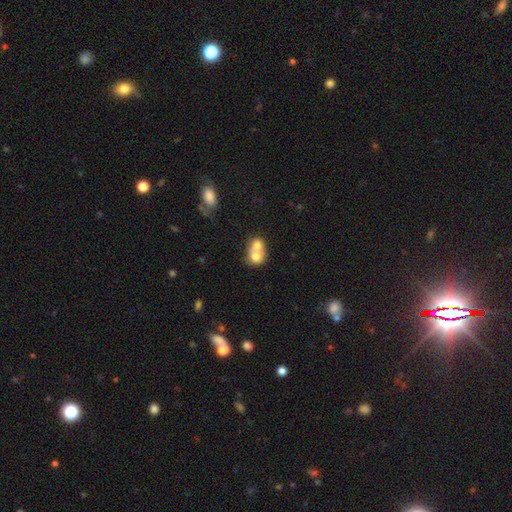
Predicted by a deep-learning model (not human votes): A smooth galaxy with no disk features (67%) that is round (60%). Merging: merger (74%).